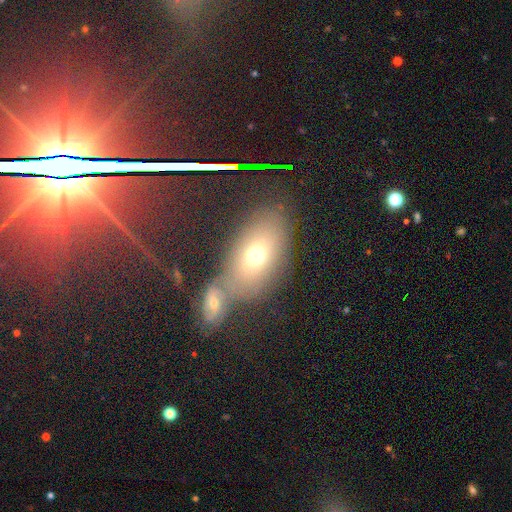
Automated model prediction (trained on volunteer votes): Overall: smooth (66%). How rounded: in between (83%). Merging: none (54%; merger 28%).